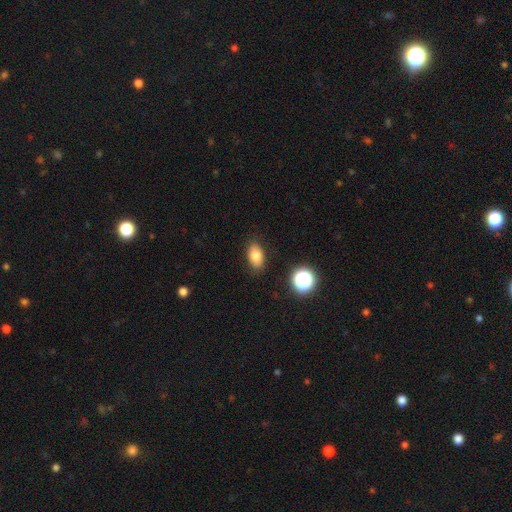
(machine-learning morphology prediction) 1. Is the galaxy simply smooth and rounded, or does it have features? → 81% smooth, 10% star or artifact, 9% featured or disk.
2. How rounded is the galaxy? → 88% in between, 10% round, 2% cigar-shaped.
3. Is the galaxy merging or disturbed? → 86% none, 10% minor disturbance, 3% major disturbance, 1% merger.